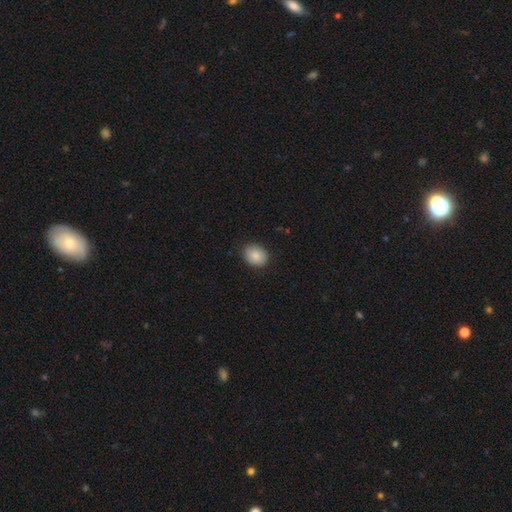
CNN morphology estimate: A smooth galaxy with no disk features (86%) that is round (53%). Merging: none (88%).